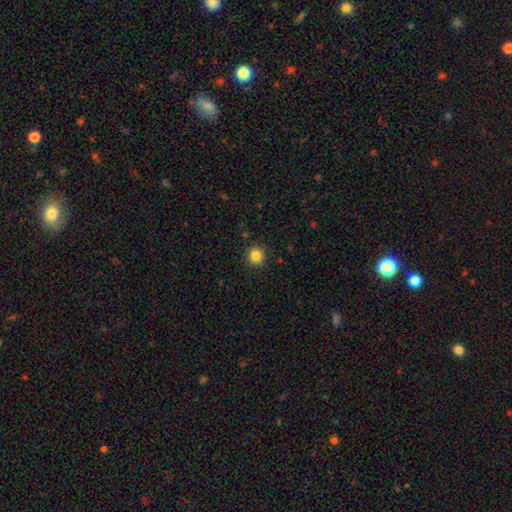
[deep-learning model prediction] A smooth galaxy with no disk features (85%) that is round (93%). Merging: none (90%).